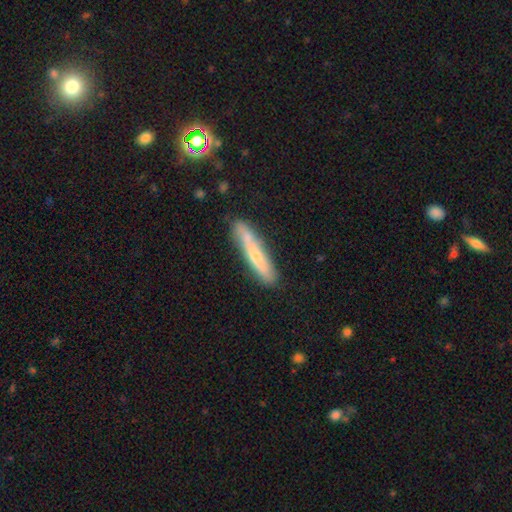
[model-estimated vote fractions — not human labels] Smooth or featured? smooth (50%)
How rounded? cigar-shaped (92%)
Merging? none (78%)